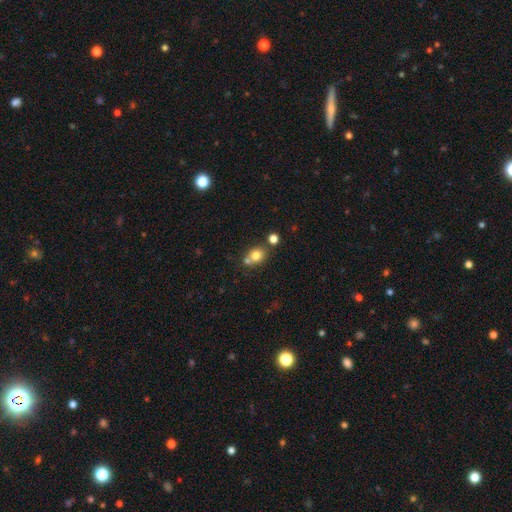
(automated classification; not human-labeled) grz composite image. It shows a smooth galaxy with no disk features (77%) that is round (67%). Merging: none (57%).